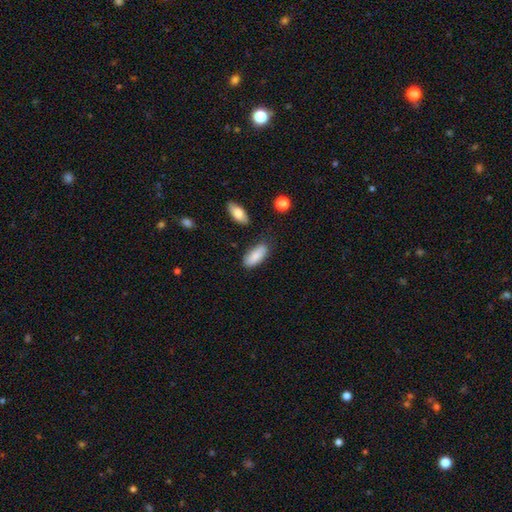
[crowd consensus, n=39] Smooth or featured? 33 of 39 (85%) said smooth. How rounded? 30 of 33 (91%) said in between. Merging? 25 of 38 (66%) said none.